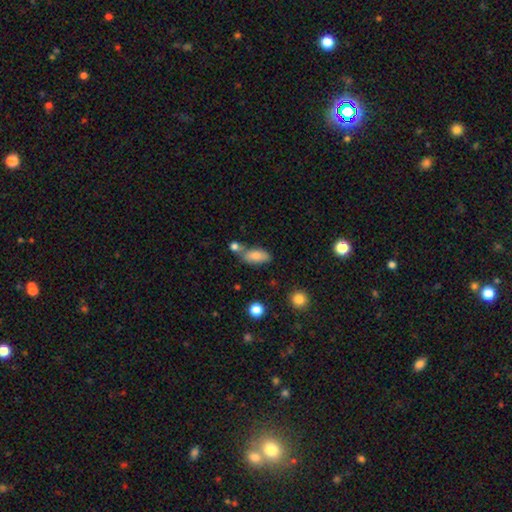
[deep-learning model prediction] Smooth or featured? Predicted: smooth (p=0.80). How rounded? Predicted: in between (p=0.87). Merging? Predicted: none (p=0.53).